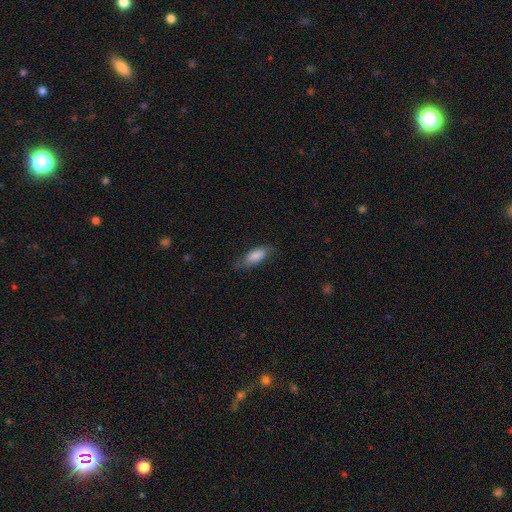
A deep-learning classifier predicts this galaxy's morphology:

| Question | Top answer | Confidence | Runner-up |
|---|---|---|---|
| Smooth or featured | smooth | 81% | featured or disk (13%) |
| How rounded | in between | 77% | cigar-shaped (21%) |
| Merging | none | 68% | minor disturbance (23%) |